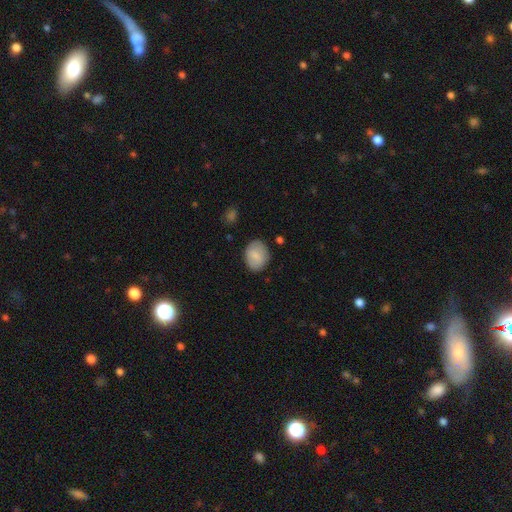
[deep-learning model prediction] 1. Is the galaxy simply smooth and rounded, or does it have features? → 77% smooth, 16% featured or disk, 7% star or artifact.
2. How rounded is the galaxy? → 63% in between, 35% round, 1% cigar-shaped.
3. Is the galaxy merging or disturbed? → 81% none, 14% minor disturbance, 4% major disturbance, 2% merger.